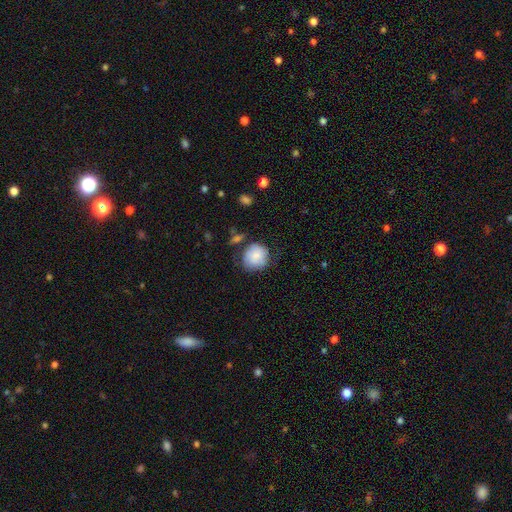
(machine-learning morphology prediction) Smooth or featured?
  - smooth: 79% *
  - featured or disk: 13%
  - star or artifact: 7%
How rounded?
  - round: 83% *
  - in between: 16%
  - cigar-shaped: 1%
Merging?
  - none: 58% *
  - minor disturbance: 28%
  - major disturbance: 9%
  - merger: 5%